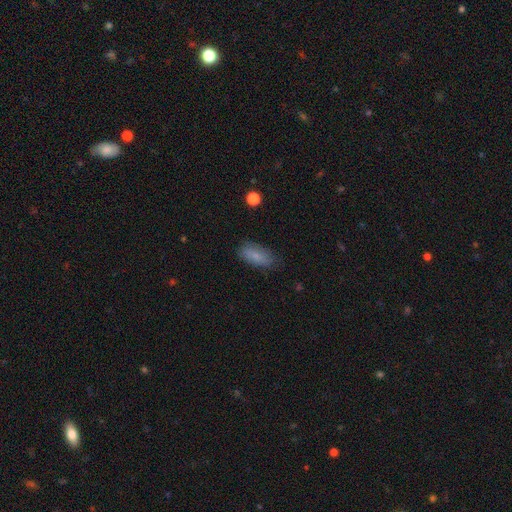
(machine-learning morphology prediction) Q: Smooth or featured?
A: smooth (79%); runner-up: featured or disk (14%)
Q: How rounded?
A: in between (84%); runner-up: cigar-shaped (13%)
Q: Merging?
A: none (75%); runner-up: minor disturbance (20%)